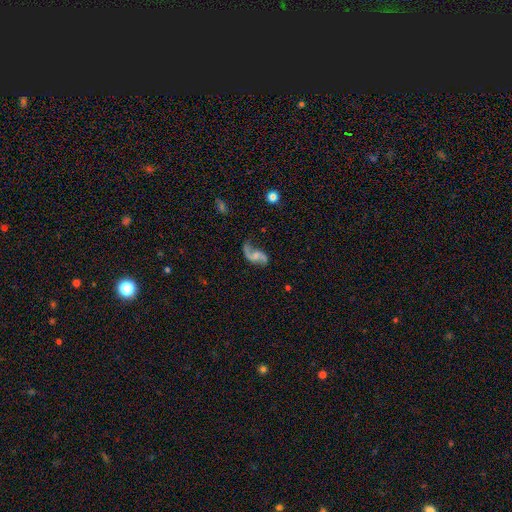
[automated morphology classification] This is clearly a featured or disk galaxy (87%). It is clearly not viewed edge-on (98%). Bar: possibly no (53%). Spiral arm pattern: clearly yes (96%). Spiral arm count: clearly 2 (91%). Spiral winding: clearly loose (81%). Central bulge: marginally small (38%). Merging: likely none (66%).